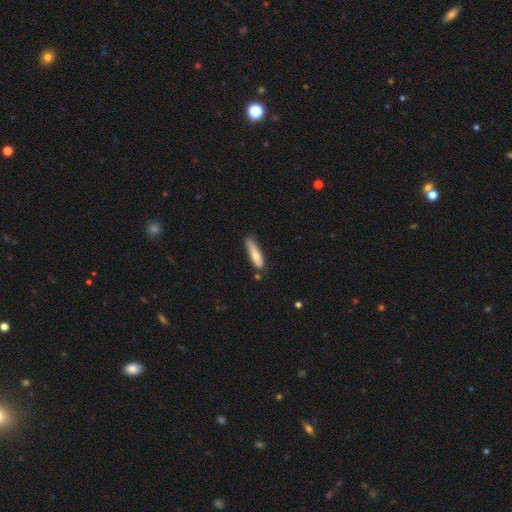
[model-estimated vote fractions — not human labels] A smooth galaxy with no disk features (70%) that is cigar-shaped (72%). Merging: none (65%).